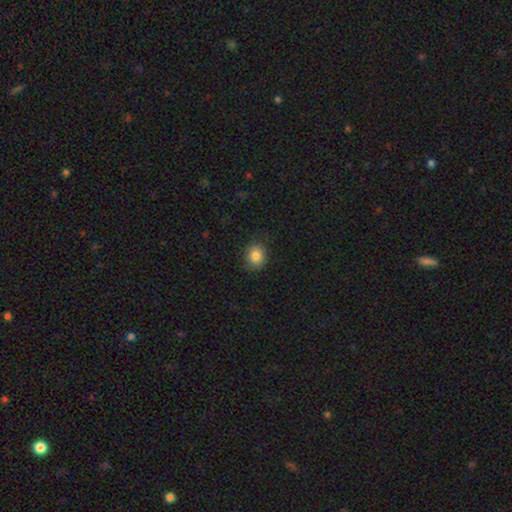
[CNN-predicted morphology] A smooth galaxy with no disk features (85%) that is round (66%).

Vote fractions:
- Smooth or featured? smooth: 85% / star or artifact: 10% / featured or disk: 6%
- How rounded? round: 66% / in between: 33% / cigar-shaped: 1%
- Merging? none: 85% / minor disturbance: 11% / major disturbance: 3% / merger: 1%